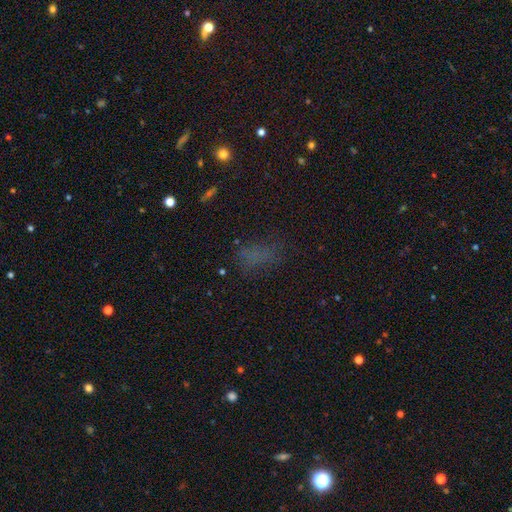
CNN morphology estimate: Smooth or featured? smooth (60%)
How rounded? in between (79%)
Merging? none (60%)